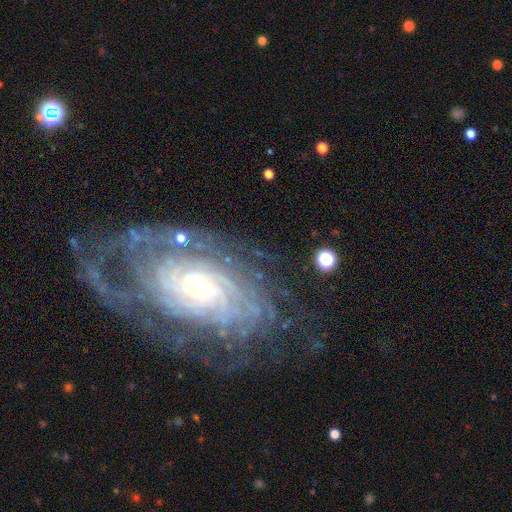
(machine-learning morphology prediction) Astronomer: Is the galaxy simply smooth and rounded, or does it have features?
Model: featured or disk — 87%.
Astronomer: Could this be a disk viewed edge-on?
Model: no — 95%.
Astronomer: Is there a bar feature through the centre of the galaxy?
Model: no — 74%.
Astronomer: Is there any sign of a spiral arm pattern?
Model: yes — 96%.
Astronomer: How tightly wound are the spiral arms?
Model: tight — 78%.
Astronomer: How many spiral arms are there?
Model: can't tell — 37% (runner-up: more than 4, 20%).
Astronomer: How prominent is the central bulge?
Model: small — 74%.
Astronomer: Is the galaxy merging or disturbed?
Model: none — 69%.